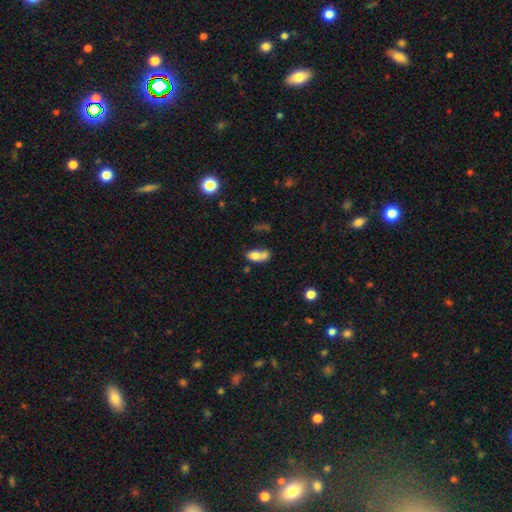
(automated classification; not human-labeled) Smooth or featured? smooth (72%)
How rounded? in between (80%)
Merging? merger (45%)